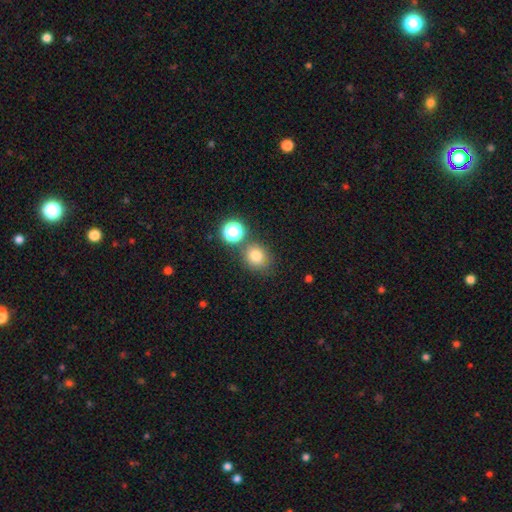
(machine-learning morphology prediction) Q: Smooth or featured?
A: smooth (78%); runner-up: star or artifact (15%)
Q: How rounded?
A: round (73%); runner-up: in between (26%)
Q: Merging?
A: none (73%); runner-up: minor disturbance (12%)